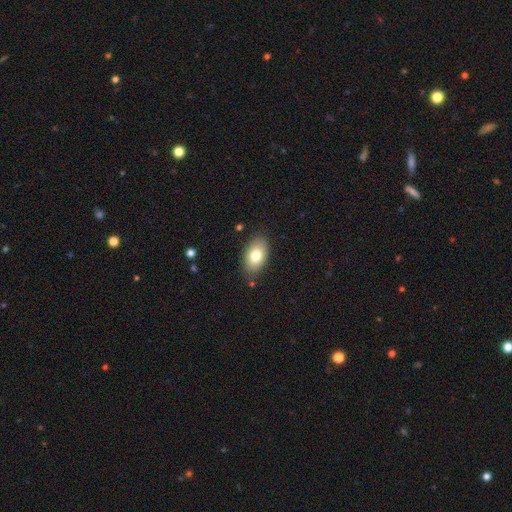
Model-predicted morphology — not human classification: smooth_or_featured: smooth (p=0.80) [alt: featured or disk p=0.13]
how_rounded: in between (p=0.92) [alt: round p=0.06]
merging: none (p=0.83) [alt: minor disturbance p=0.12]